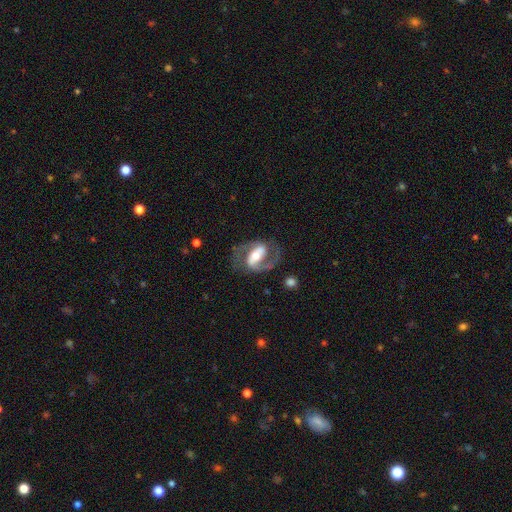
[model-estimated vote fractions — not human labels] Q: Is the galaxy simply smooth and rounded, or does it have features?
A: featured or disk — 85%.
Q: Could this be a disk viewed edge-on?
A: no — 97%.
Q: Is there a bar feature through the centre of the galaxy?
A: strong — 49%.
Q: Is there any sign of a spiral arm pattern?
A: yes — 93%.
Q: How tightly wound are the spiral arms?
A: medium — 57%.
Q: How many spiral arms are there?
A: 2 — 87%.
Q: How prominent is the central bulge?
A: moderate — 62%.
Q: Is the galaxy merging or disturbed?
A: none — 71%.